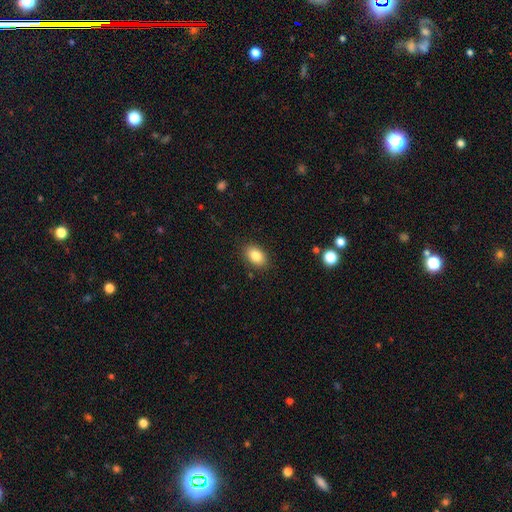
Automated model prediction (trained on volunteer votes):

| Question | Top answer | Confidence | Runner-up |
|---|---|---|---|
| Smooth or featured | smooth | 85% | star or artifact (8%) |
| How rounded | in between | 86% | round (13%) |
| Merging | none | 87% | minor disturbance (9%) |